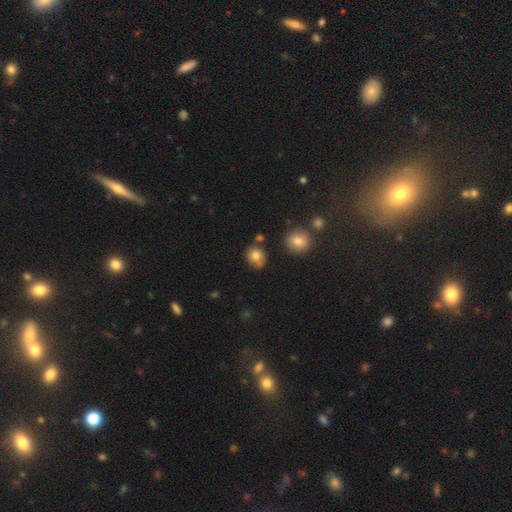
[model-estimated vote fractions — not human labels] smooth 78%, featured or disk 11%, star or artifact 11%. Down the decision tree: how rounded — round (76%); merging — none (70%).